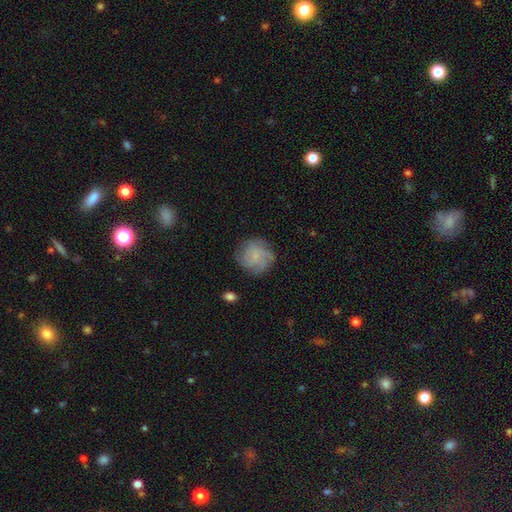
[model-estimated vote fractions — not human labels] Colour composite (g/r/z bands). It shows a featured or disk galaxy (45%, tied with smooth). Merging: none (73%).